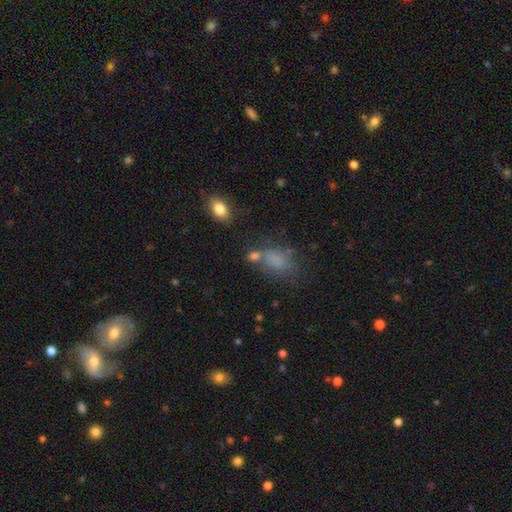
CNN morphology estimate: This is possibly a smooth galaxy (50%). Merging: likely none (60%).